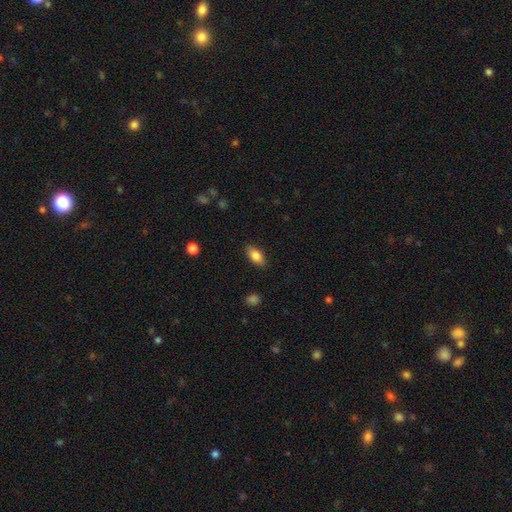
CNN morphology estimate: A smooth galaxy with no disk features (81%) that is in between round and cigar-shaped (88%). Merging: none (87%).